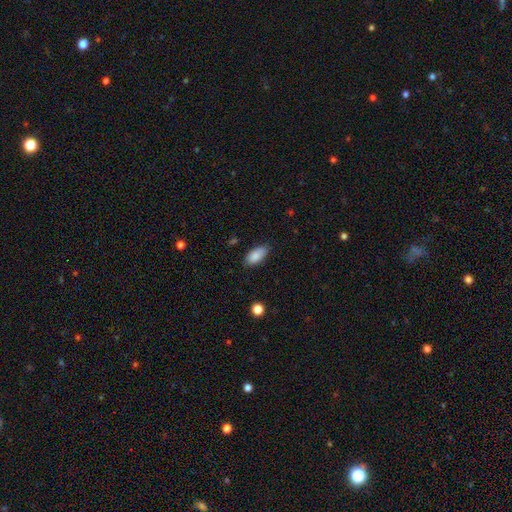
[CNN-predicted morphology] This is clearly a smooth galaxy (87%). How rounded: clearly in between (92%). Merging: likely none (79%).